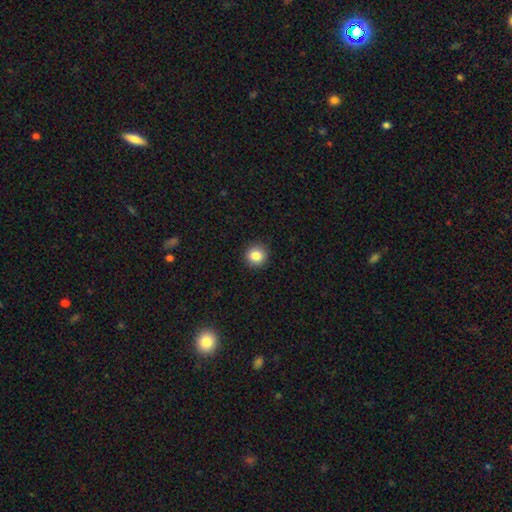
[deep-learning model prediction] Smooth or featured: smooth — 85% (star or artifact — 10%)
How rounded: round — 94% (in between — 5%)
Merging: none — 92% (minor disturbance — 5%)